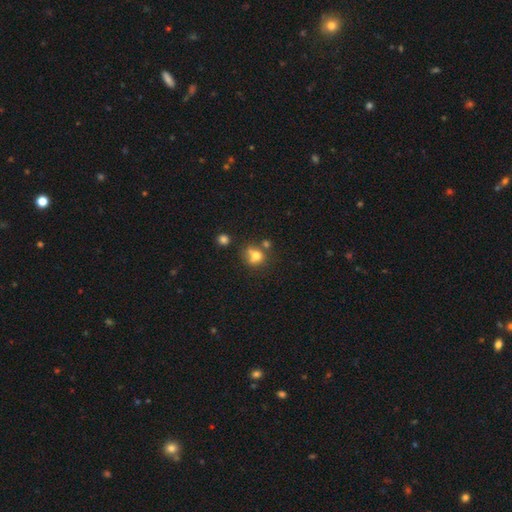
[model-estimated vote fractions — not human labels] The model was most divided on "merging": none: 47%, merger: 29%, minor disturbance: 16%, major disturbance: 7%. More confident: how rounded — round (73%); smooth or featured — smooth (72%).